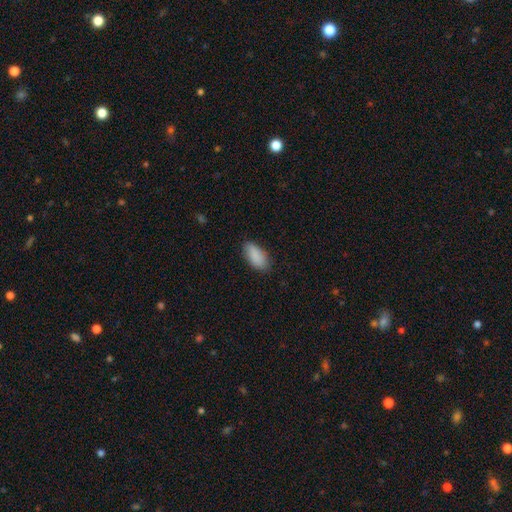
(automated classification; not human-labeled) Morphology: type=smooth (89%); roundness=in between (91%); merging=none (82%).